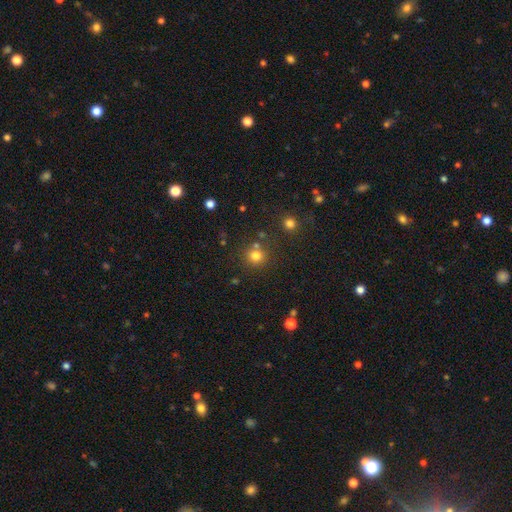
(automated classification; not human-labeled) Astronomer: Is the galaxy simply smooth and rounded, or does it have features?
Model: smooth — 77%.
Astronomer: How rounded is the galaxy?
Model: round — 91%.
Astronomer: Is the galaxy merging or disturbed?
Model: none — 75%.